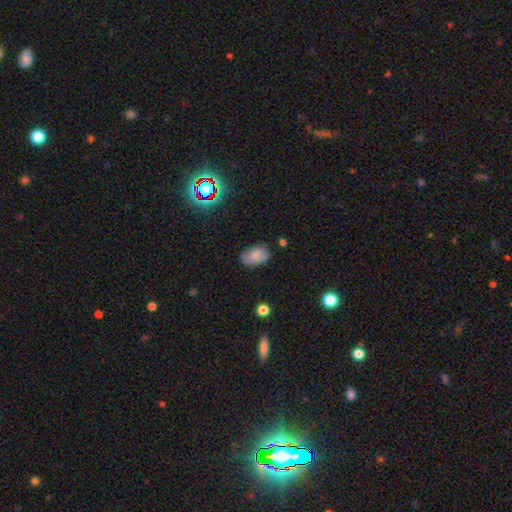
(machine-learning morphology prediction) Smooth or featured? smooth (79%)
How rounded? in between (87%)
Merging? none (71%)